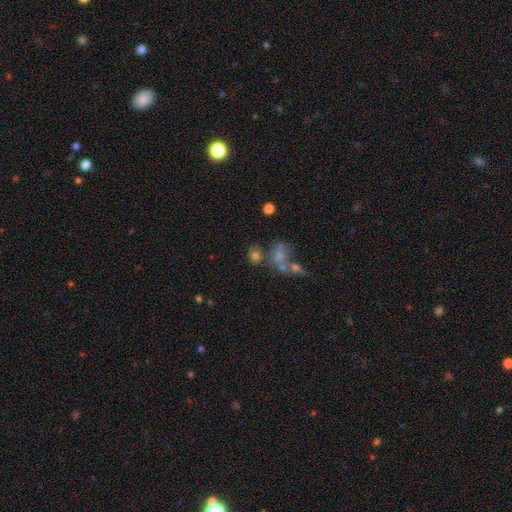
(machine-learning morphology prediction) Q: Smooth or featured?
A: smooth (62%); runner-up: star or artifact (19%)
Q: How rounded?
A: in between (49%); runner-up: round (48%)
Q: Merging?
A: none (42%); runner-up: merger (32%)